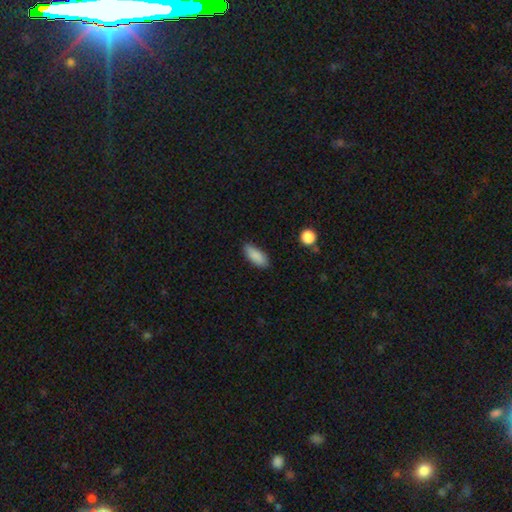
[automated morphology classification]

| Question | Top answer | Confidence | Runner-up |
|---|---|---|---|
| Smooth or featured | smooth | 88% | star or artifact (7%) |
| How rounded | in between | 79% | cigar-shaped (19%) |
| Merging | none | 84% | minor disturbance (12%) |